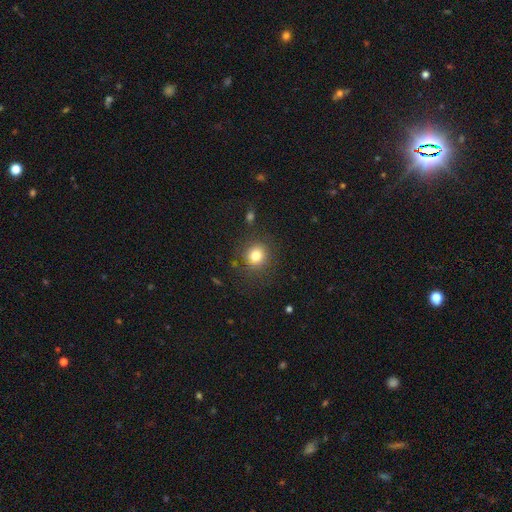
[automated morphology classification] type=smooth (80%); roundness=round (84%); merging=none (80%).